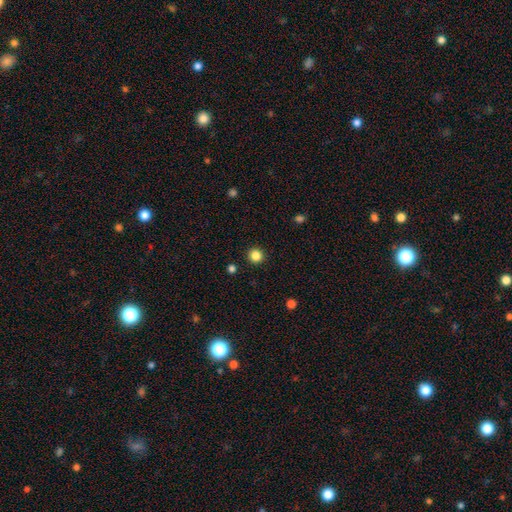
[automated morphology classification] This is clearly a smooth galaxy (84%). How rounded: clearly round (95%). Merging: clearly none (93%).